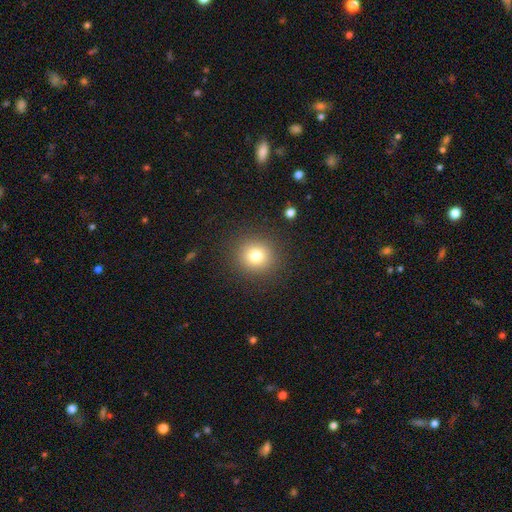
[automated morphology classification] Smooth or featured? Predicted: smooth (p=0.77). How rounded? Predicted: round (p=0.91). Merging? Predicted: none (p=0.89).